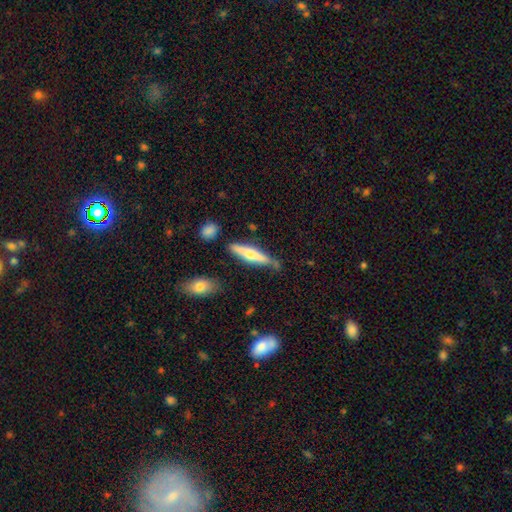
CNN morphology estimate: Smooth or featured? smooth (49%)
Merging? none (72%)